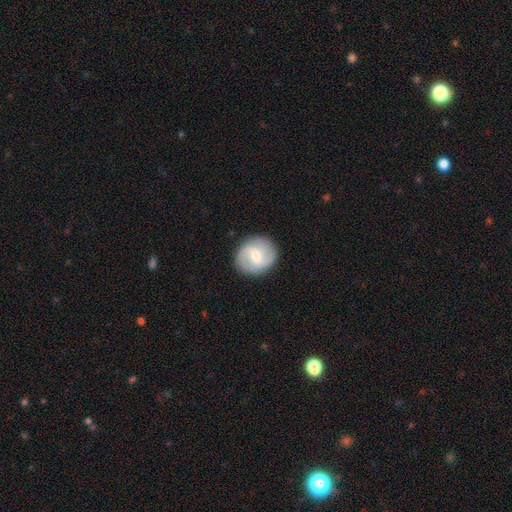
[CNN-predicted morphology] Smooth or featured: featured or disk — 70% (smooth — 24%)
Edge-on disk: no — 98% (yes — 2%)
Bar: weak — 55% (no — 25%)
Spiral arms: yes — 92% (no — 8%)
Spiral winding: medium — 48% (loose — 31%)
Spiral arm count: 2 — 88% (can't tell — 5%)
Bulge size: moderate — 47% (tied with small — 47%)
Merging: none — 88% (minor disturbance — 9%)